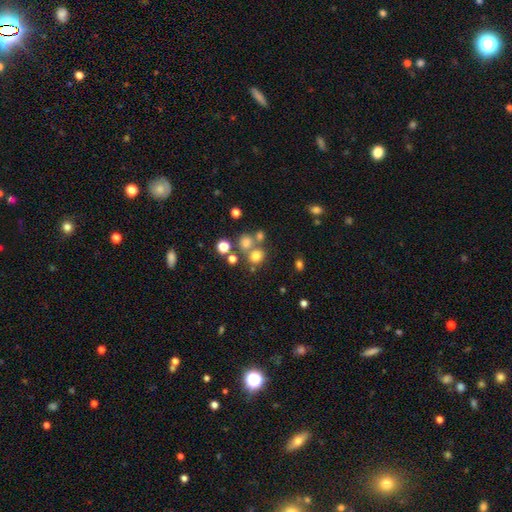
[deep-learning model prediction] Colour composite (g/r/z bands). It shows a smooth galaxy with no disk features (70%) that is round (81%). Merging: none (60%).